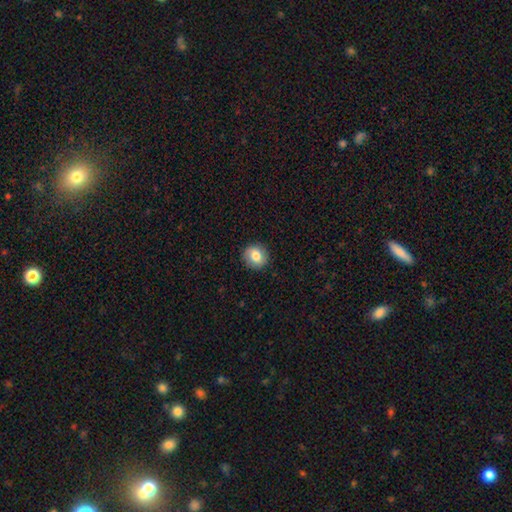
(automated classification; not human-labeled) A smooth galaxy with no disk features (77%) that is round (86%). Merging: none (89%).